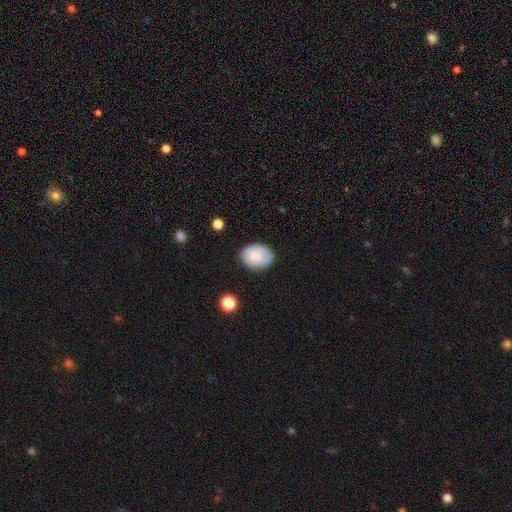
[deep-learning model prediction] Morphology: type=smooth (81%); roundness=in between (65%); merging=none (78%).